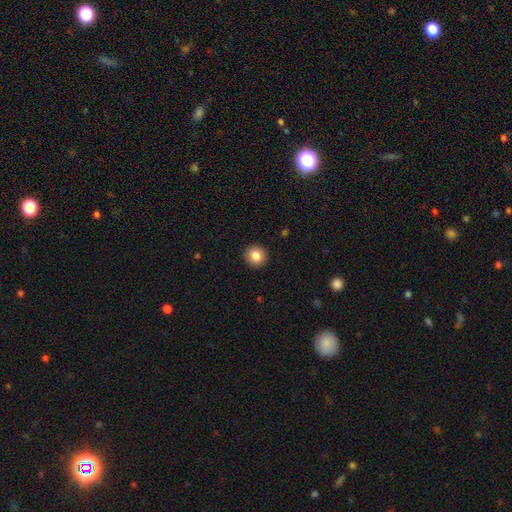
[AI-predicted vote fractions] This is clearly a smooth galaxy (85%). How rounded: clearly round (93%). Merging: clearly none (93%).